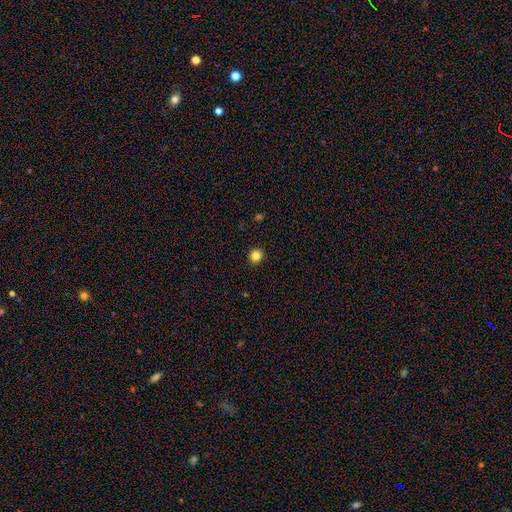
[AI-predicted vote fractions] Q: Smooth or featured?
A: smooth (84%); runner-up: star or artifact (12%)
Q: How rounded?
A: round (93%); runner-up: in between (7%)
Q: Merging?
A: none (93%); runner-up: minor disturbance (4%)